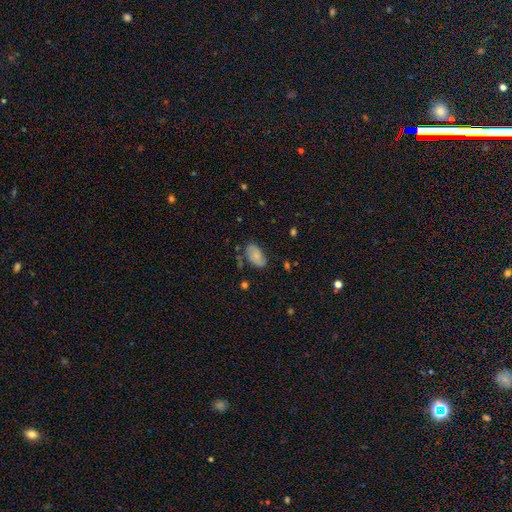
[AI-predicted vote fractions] The model was most divided on "smooth or featured": smooth: 63%, featured or disk: 28%, star or artifact: 8%. More confident: how rounded — in between (93%); merging — none (68%).